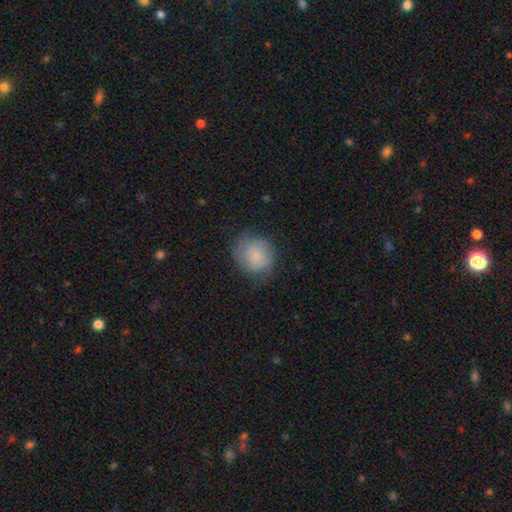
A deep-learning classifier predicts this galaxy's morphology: Smooth or featured? smooth (80%)
How rounded? round (77%)
Merging? none (71%)